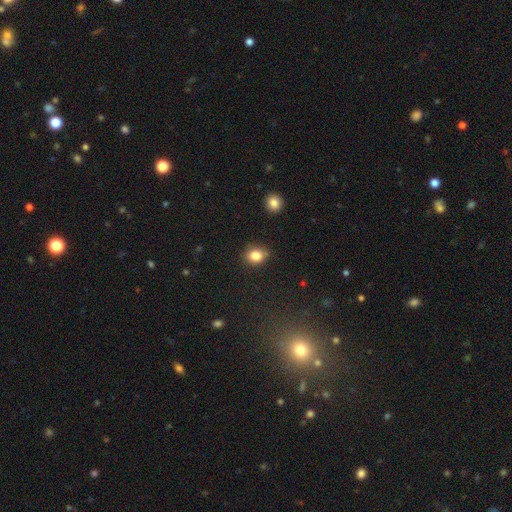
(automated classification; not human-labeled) Smooth or featured: smooth — 83% (star or artifact — 10%)
How rounded: round — 57% (in between — 42%)
Merging: none — 81% (minor disturbance — 14%)